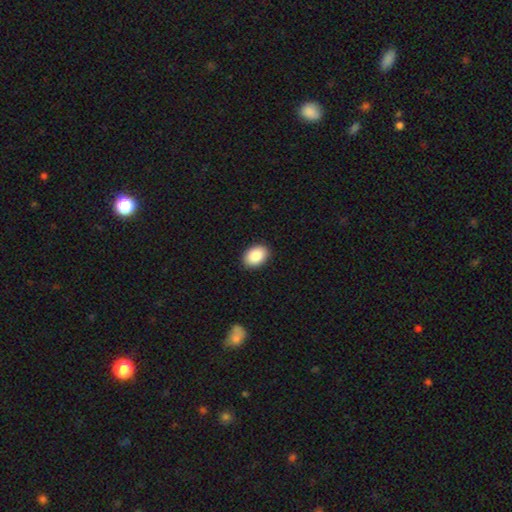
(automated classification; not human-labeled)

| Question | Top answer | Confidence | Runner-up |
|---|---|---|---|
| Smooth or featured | smooth | 88% | star or artifact (7%) |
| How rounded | in between | 83% | round (16%) |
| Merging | none | 91% | minor disturbance (7%) |